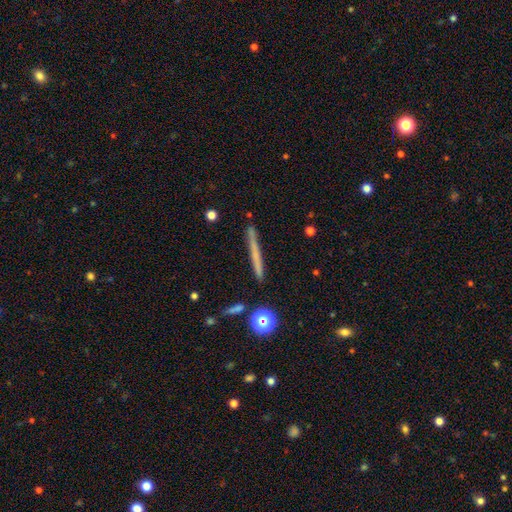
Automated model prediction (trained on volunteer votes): smooth-or-featured: smooth: 53% | featured or disk: 38% | star or artifact: 9%
  how-rounded: cigar-shaped: 96% | round: 2% | in between: 2%
  merging: none: 89% | minor disturbance: 8% | merger: 2% | major disturbance: 2%